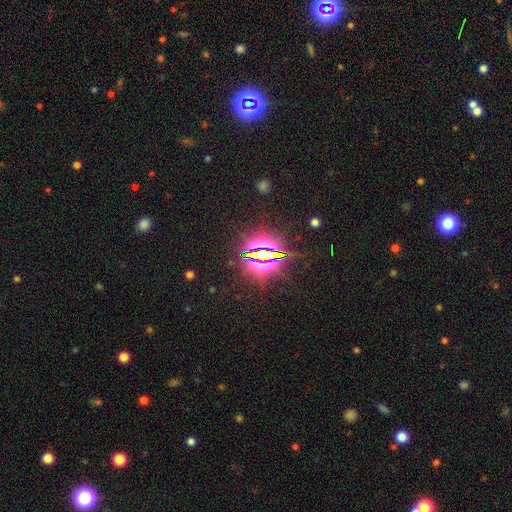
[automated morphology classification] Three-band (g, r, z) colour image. It shows a star or artifact, not a galaxy (84%).